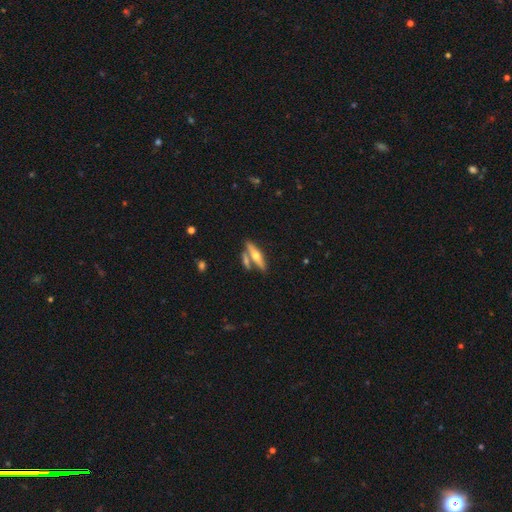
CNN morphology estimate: featured or disk 56%, smooth 37%, star or artifact 7%. Down the decision tree: edge-on disk — yes (91%); edge-on bulge — rounded (92%); merging — none (63%).